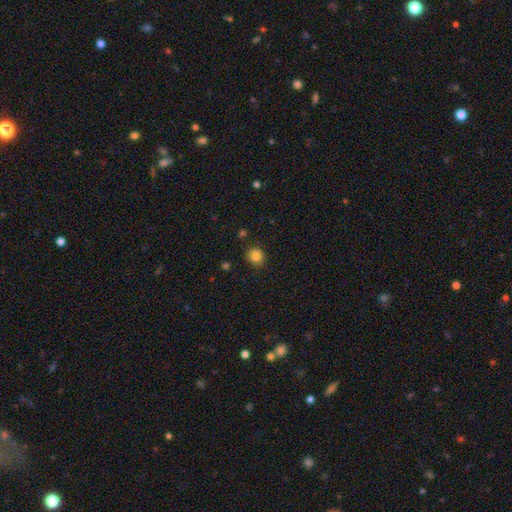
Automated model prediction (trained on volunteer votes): smooth 84%, star or artifact 12%, featured or disk 4%. Down the decision tree: how rounded — round (84%); merging — none (89%).